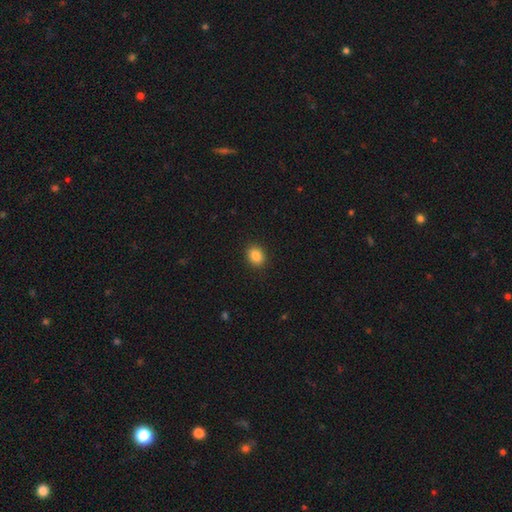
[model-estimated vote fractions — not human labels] Morphology: type=smooth (86%); roundness=round (52%); merging=none (90%).